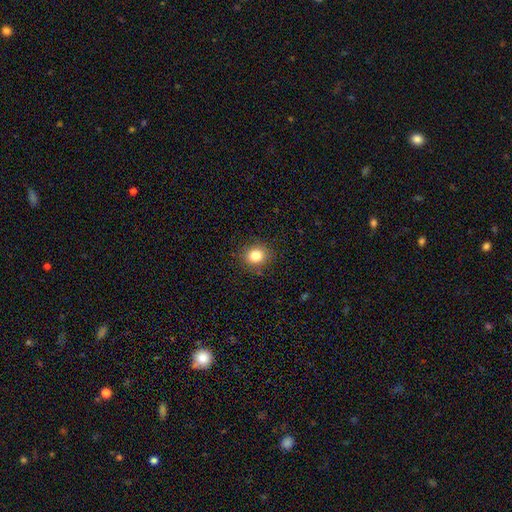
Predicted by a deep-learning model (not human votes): This is clearly a smooth galaxy (82%). How rounded: likely round (70%). Merging: clearly none (87%).